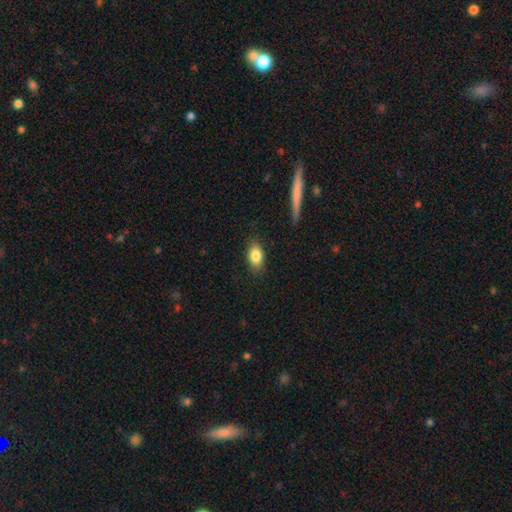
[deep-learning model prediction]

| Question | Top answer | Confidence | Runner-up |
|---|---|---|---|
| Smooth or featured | smooth | 84% | featured or disk (9%) |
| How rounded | in between | 85% | round (11%) |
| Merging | none | 85% | minor disturbance (11%) |